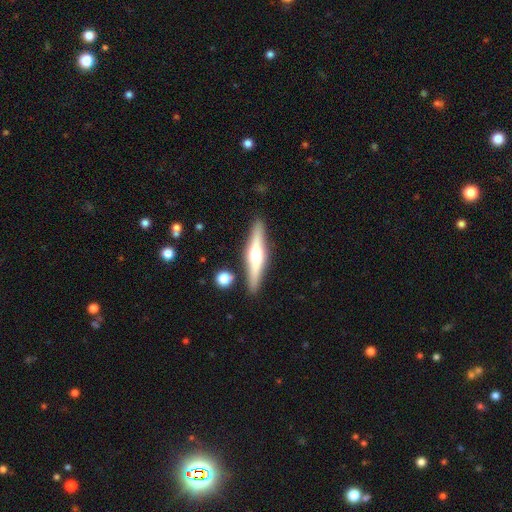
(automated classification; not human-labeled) featured or disk 64%, smooth 30%, star or artifact 5%. Down the decision tree: edge-on disk — yes (96%); edge-on bulge — rounded (90%); merging — none (87%).